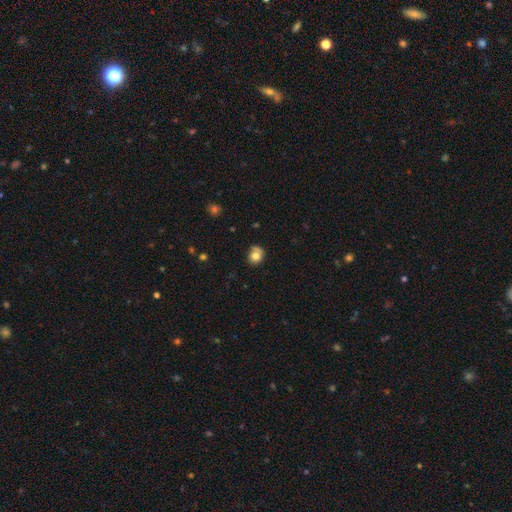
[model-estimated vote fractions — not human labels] Overall: smooth (75%). How rounded: round (75%). Merging: none (56%; minor disturbance 22%).